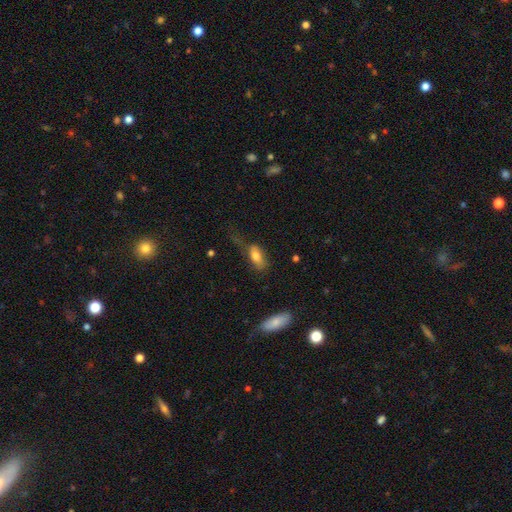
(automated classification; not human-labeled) Q: Smooth or featured?
A: smooth (75%); runner-up: featured or disk (17%)
Q: How rounded?
A: in between (84%); runner-up: cigar-shaped (12%)
Q: Merging?
A: none (36%); runner-up: major disturbance (33%)